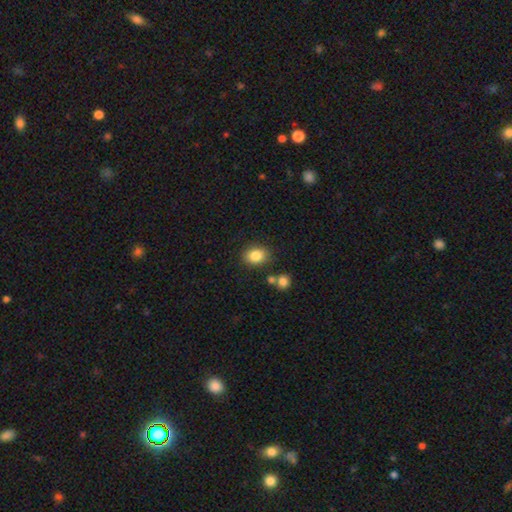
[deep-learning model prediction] Smooth or featured? smooth (85%)
How rounded? in between (61%)
Merging? none (81%)